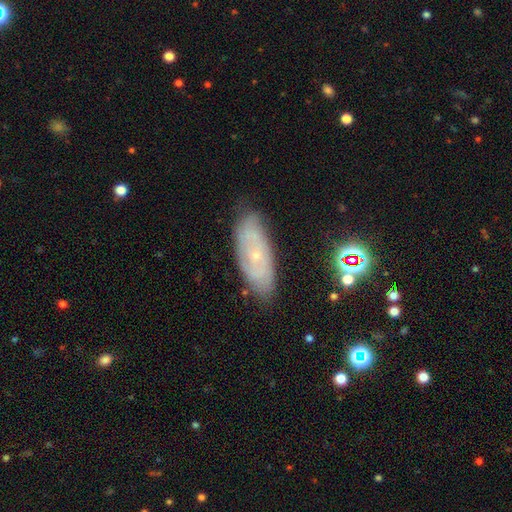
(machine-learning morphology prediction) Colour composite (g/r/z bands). It shows a featured or disk galaxy (58%) with no bar (77%), spiral arms (73%) and a small central bulge (80%). Merging: none (75%).